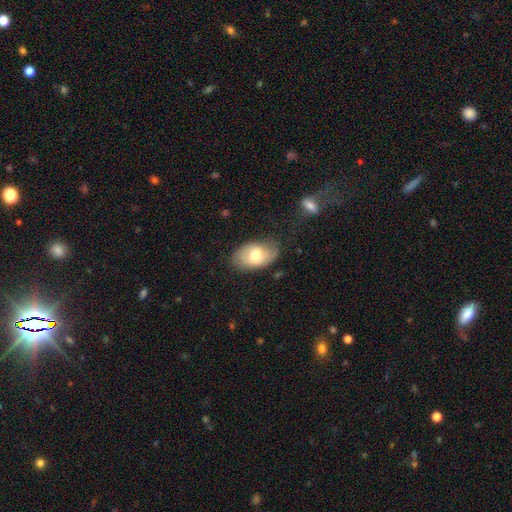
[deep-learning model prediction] A smooth galaxy with no disk features (65%) that is in between round and cigar-shaped (92%). Merging: none (72%).